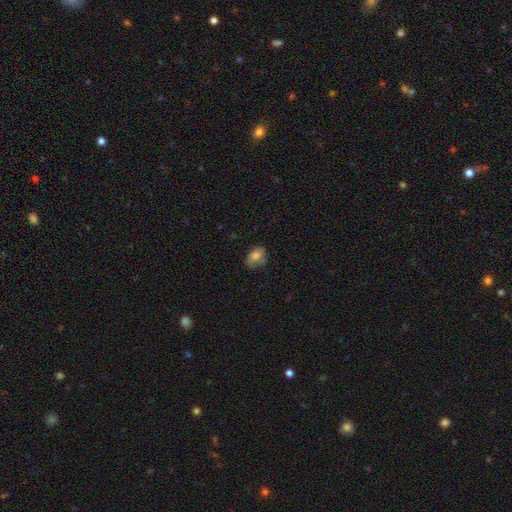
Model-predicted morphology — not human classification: This is likely a smooth galaxy (73%). How rounded: likely in between (63%). Merging: possibly none (55%).